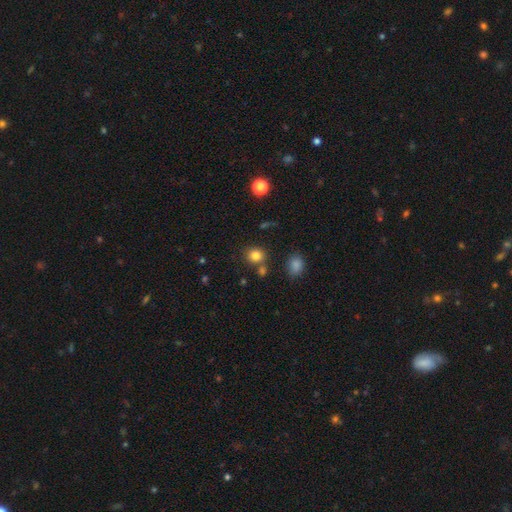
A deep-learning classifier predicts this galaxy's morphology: smooth 81%, star or artifact 13%, featured or disk 6%. Down the decision tree: how rounded — round (83%); merging — none (76%).